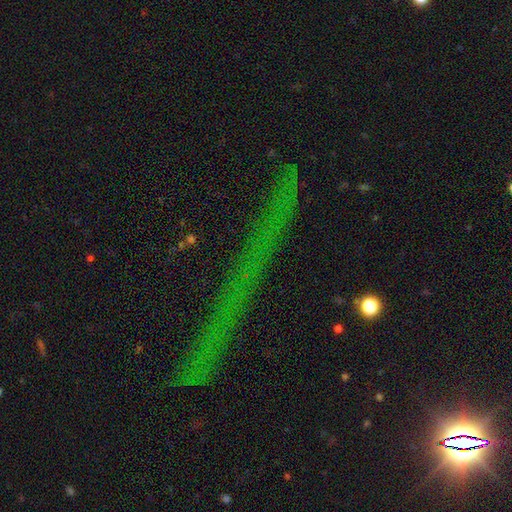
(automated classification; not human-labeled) A star or artifact, not a galaxy (77%).

Vote fractions:
- Smooth or featured? star or artifact: 77% / featured or disk: 12% / smooth: 11%